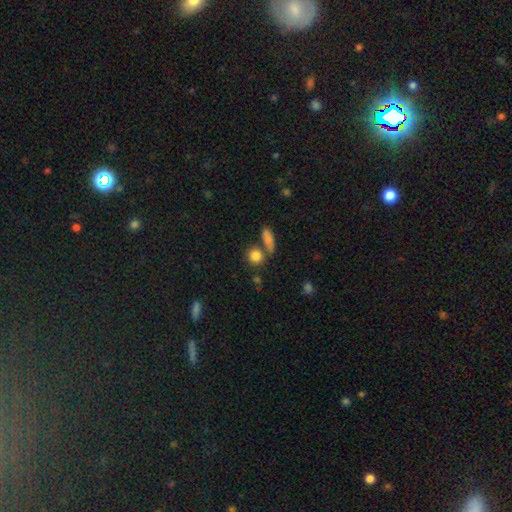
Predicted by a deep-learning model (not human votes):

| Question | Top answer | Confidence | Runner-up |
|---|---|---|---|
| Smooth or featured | smooth | 83% | star or artifact (10%) |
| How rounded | round | 80% | in between (17%) |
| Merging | none | 64% | merger (21%) |